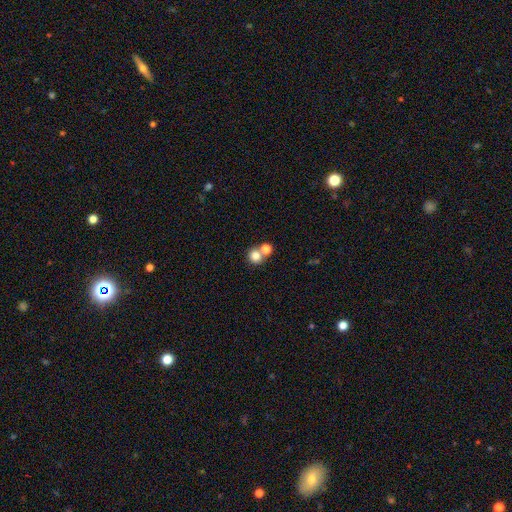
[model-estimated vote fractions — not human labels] The model was most divided on "merging": none: 51%, merger: 40%, minor disturbance: 6%, major disturbance: 3%. More confident: how rounded — round (87%); smooth or featured — smooth (79%).